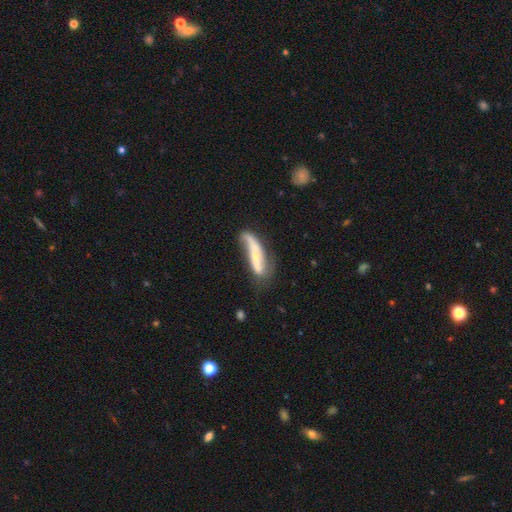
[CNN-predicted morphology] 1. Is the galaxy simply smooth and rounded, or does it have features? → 65% featured or disk, 29% smooth, 6% star or artifact.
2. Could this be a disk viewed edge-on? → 74% no, 26% yes.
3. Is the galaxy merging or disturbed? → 44% none, 30% minor disturbance, 20% major disturbance, 6% merger.